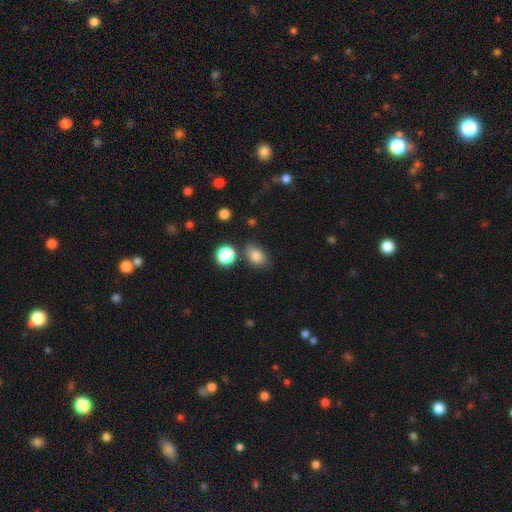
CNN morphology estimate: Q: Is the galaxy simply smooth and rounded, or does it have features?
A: smooth — 82%.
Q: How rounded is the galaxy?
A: in between — 76%.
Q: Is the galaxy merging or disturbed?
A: none — 72%.